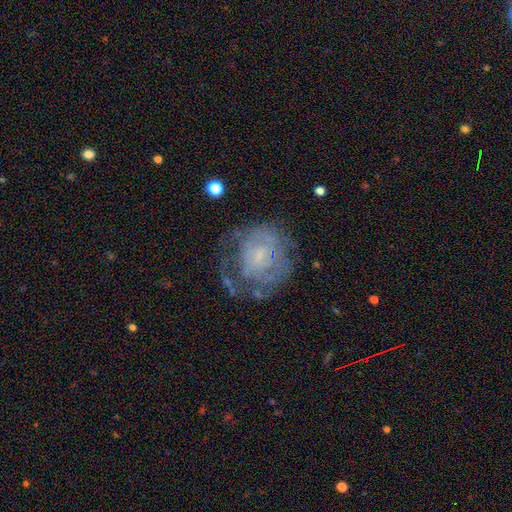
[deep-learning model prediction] This is possibly a featured or disk galaxy (59%). It is clearly not viewed edge-on (97%). Bar: likely no (75%). Spiral arm pattern: likely yes (70%). Central bulge: possibly small (60%). Merging: likely none (62%).